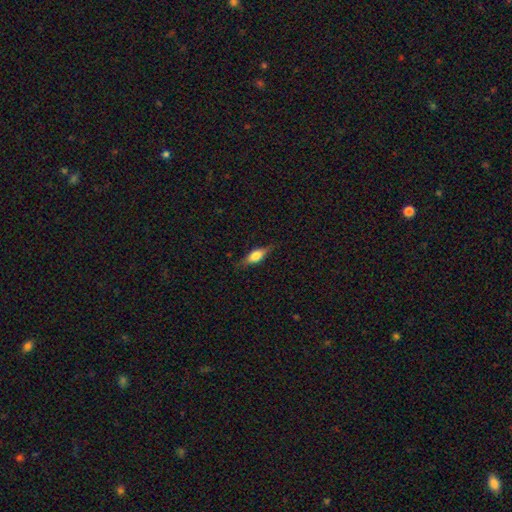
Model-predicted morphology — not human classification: Smooth or featured? smooth (57%)
How rounded? in between (62%)
Merging? none (80%)